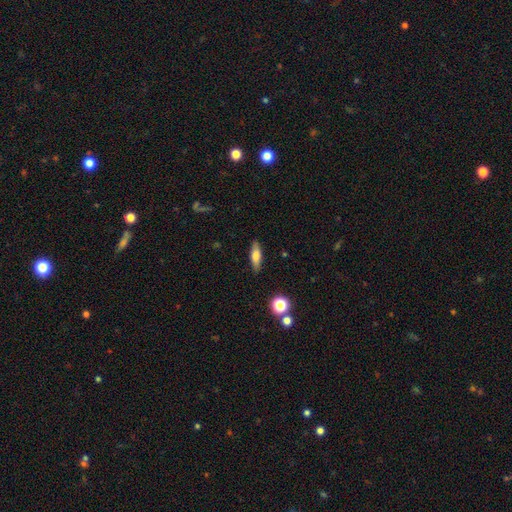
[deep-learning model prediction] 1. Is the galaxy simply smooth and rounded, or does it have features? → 62% smooth, 30% featured or disk, 8% star or artifact.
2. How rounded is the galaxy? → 53% cigar-shaped, 43% in between, 4% round.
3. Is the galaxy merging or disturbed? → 87% none, 10% minor disturbance, 2% major disturbance, 1% merger.